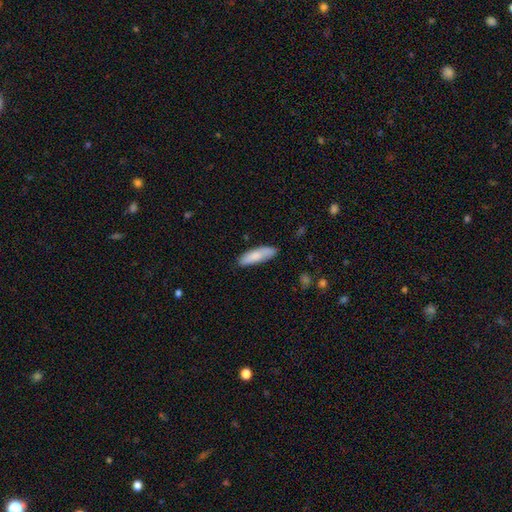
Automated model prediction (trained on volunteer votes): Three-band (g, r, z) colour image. It shows a smooth galaxy with no disk features (82%) that is cigar-shaped (55%). Merging: none (80%).